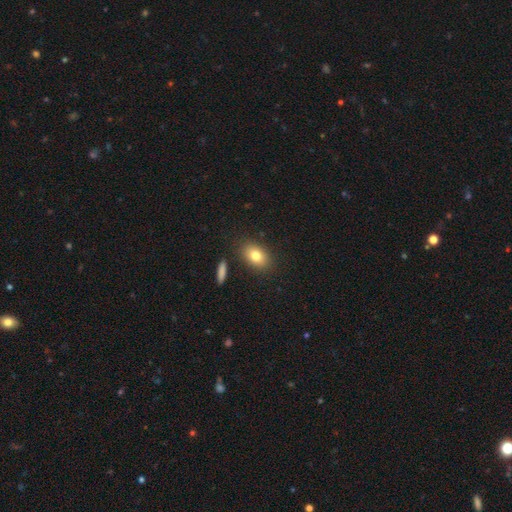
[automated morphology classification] A smooth galaxy with no disk features (80%) that is in between round and cigar-shaped (80%). Merging: none (85%).